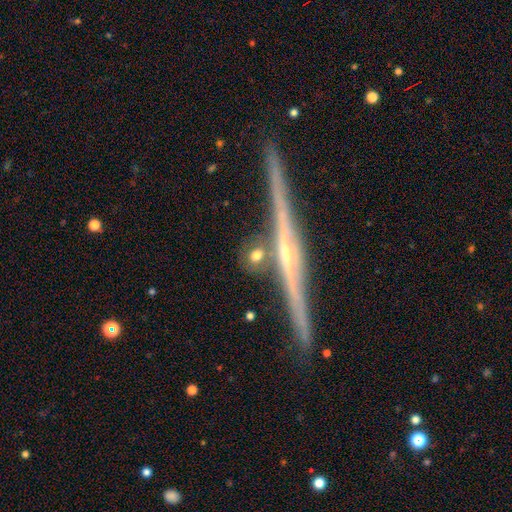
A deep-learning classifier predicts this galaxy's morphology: Smooth or featured: smooth — 58% (featured or disk — 31%)
How rounded: round — 53% (cigar-shaped — 24%)
Merging: none — 76% (minor disturbance — 12%)